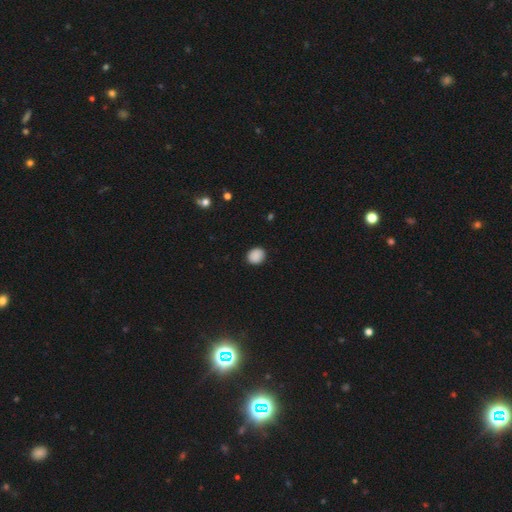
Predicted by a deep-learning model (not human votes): Smooth or featured? smooth (89%)
How rounded? round (69%)
Merging? none (90%)